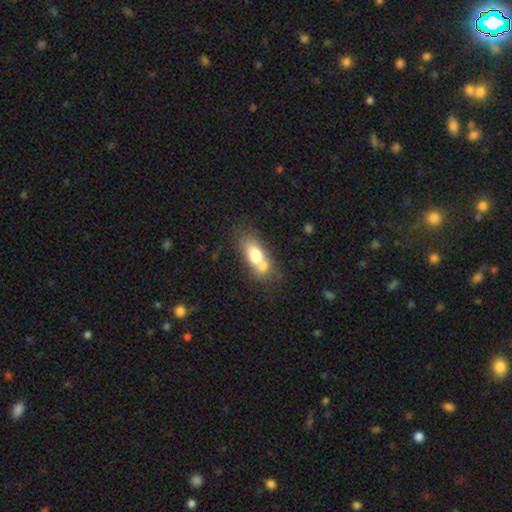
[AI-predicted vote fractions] Overall: smooth (68%). How rounded: in between (77%). Merging: none (40%; merger 39%).